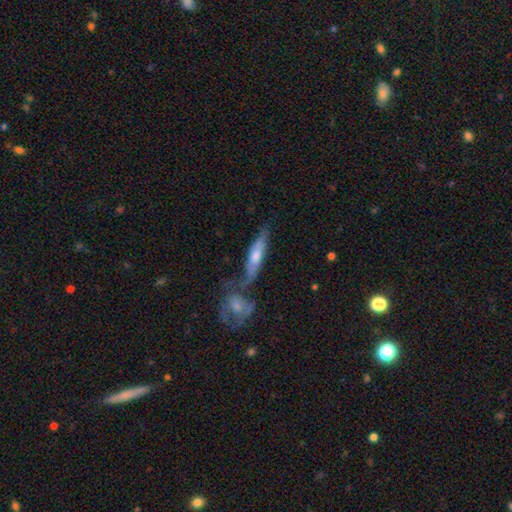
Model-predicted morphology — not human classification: A featured or disk galaxy (56%) viewed edge-on (70%).

Vote fractions:
- Smooth or featured? featured or disk: 56% / smooth: 38% / star or artifact: 7%
- Edge-on disk? yes: 70% / no: 30%
- Merging? none: 47% / merger: 29% / minor disturbance: 17% / major disturbance: 7%